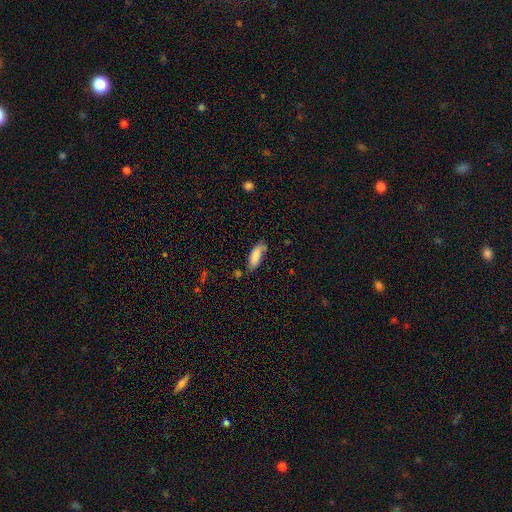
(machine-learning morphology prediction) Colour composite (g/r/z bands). It shows a smooth galaxy with no disk features (82%) that is in between round and cigar-shaped (74%). Merging: none (60%).